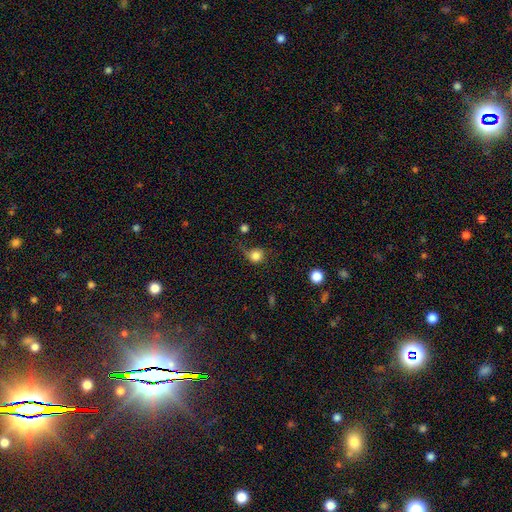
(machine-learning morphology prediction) This appears to be a smooth galaxy with no disk features (81%) that is round (86%). Merging: none (48%).